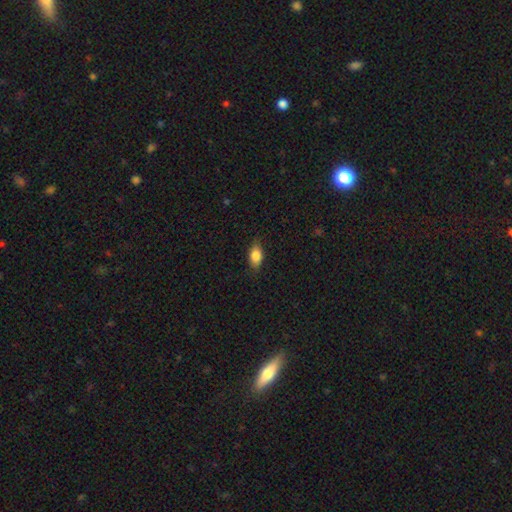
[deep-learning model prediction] A smooth galaxy with no disk features (82%) that is in between round and cigar-shaped (85%).

Vote fractions:
- Smooth or featured? smooth: 82% / featured or disk: 10% / star or artifact: 8%
- How rounded? in between: 85% / round: 8% / cigar-shaped: 6%
- Merging? none: 80% / minor disturbance: 16% / major disturbance: 3% / merger: 1%